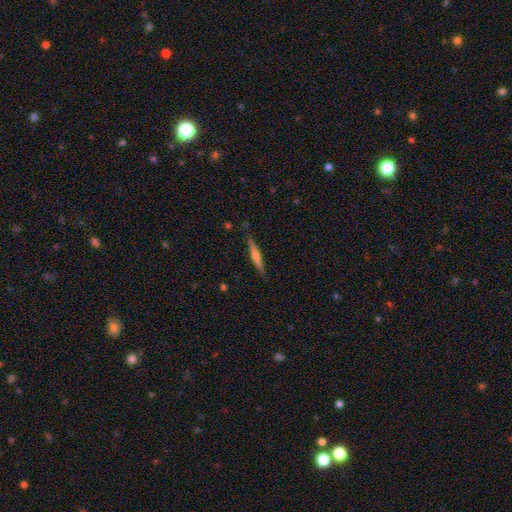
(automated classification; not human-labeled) A featured or disk galaxy (53%) viewed edge-on (97%) with a rounded central bulge (66%).

Vote fractions:
- Smooth or featured? featured or disk: 53% / smooth: 41% / star or artifact: 6%
- Edge-on disk? yes: 97% / no: 3%
- Edge-on bulge? rounded: 66% / none: 23% / boxy: 12%
- Merging? none: 87% / minor disturbance: 9% / major disturbance: 2% / merger: 1%